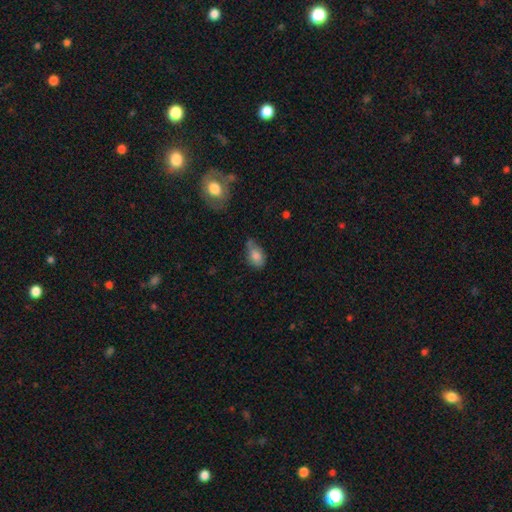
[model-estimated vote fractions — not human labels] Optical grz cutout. It shows a smooth galaxy with no disk features (79%) that is in between round and cigar-shaped (86%). Merging: none (45%).